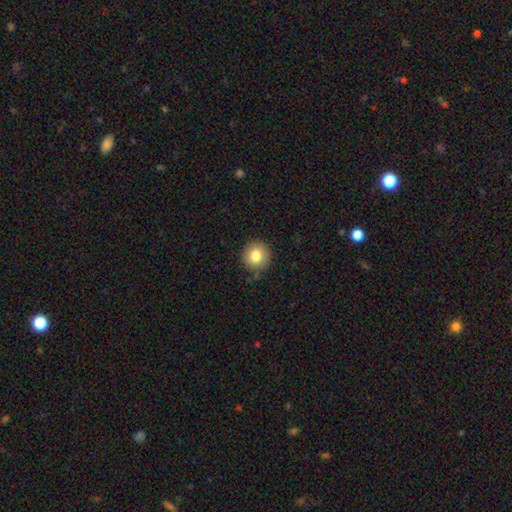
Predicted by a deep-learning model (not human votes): This appears to be a smooth galaxy with no disk features (82%) that is round (92%). Merging: none (81%).